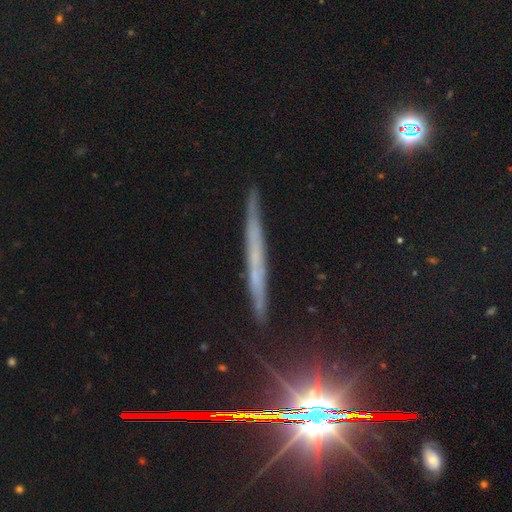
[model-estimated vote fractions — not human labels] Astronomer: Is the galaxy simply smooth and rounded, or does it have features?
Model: featured or disk — 54% (runner-up: smooth, 37%).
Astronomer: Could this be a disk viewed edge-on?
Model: yes — 94%.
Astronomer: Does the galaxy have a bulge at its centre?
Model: none — 80%.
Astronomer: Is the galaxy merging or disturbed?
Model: none — 84%.